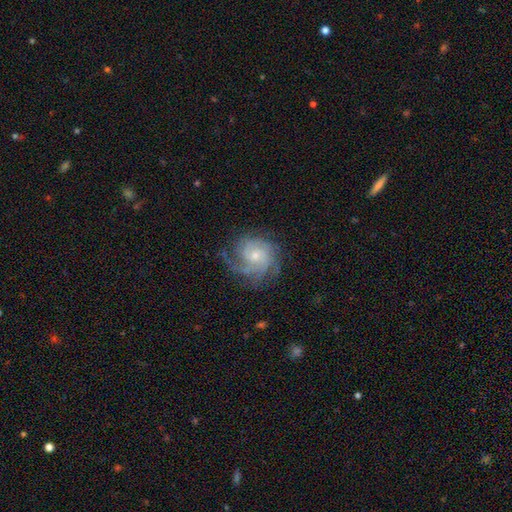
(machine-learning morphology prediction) smooth_or_featured: featured or disk (p=0.86) [alt: smooth p=0.09]
disk_edge_on: no (p=0.98) [alt: yes p=0.02]
bar: no (p=0.66) [alt: weak p=0.30]
has_spiral_arms: yes (p=0.97) [alt: no p=0.03]
spiral_winding: tight (p=0.60) [alt: medium p=0.33]
spiral_arm_count: 3 (p=0.28) [alt: can't tell p=0.26]
bulge_size: small (p=0.56) [alt: moderate p=0.39]
merging: none (p=0.69) [alt: minor disturbance p=0.19]